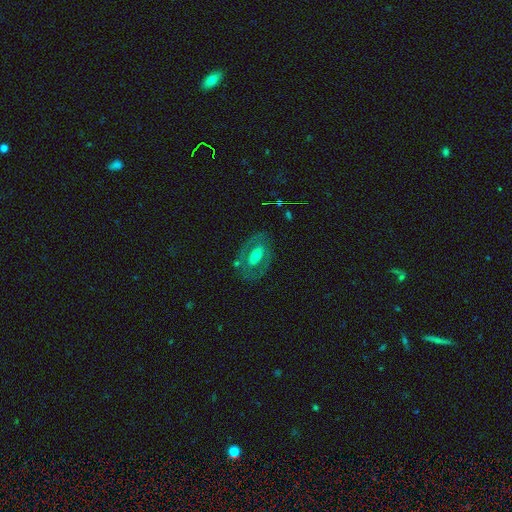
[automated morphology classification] type=featured or disk (65%); edge-on=no (93%); bar=no (50%); spiral arms=no (65%); bulge=moderate (55%); merging=none (71%).